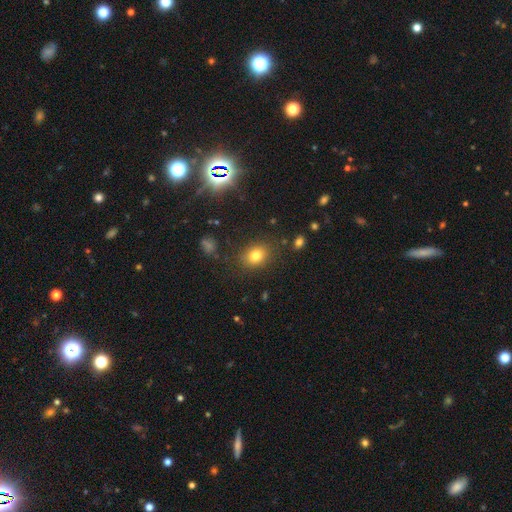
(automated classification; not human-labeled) Smooth or featured: smooth — 78% (star or artifact — 13%)
How rounded: in between — 53% (round — 46%)
Merging: none — 83% (minor disturbance — 11%)